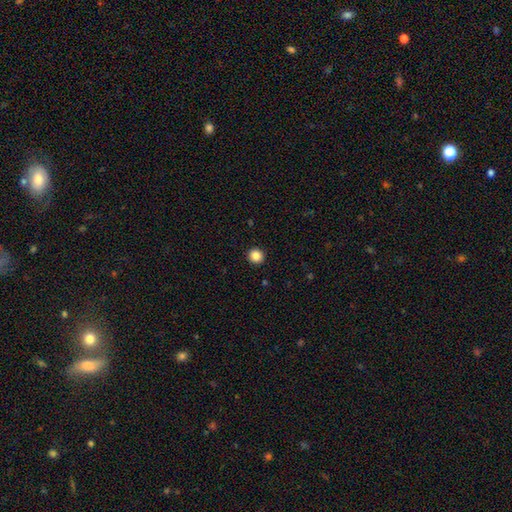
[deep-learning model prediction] A smooth galaxy with no disk features (86%) that is round (93%). Merging: none (94%).